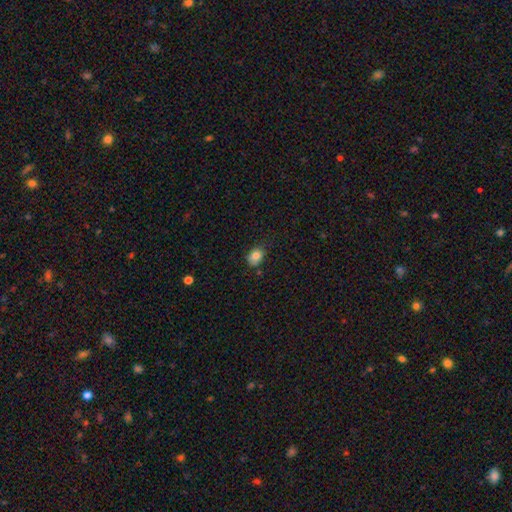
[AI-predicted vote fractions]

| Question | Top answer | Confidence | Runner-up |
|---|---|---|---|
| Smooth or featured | smooth | 82% | star or artifact (10%) |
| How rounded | in between | 66% | round (33%) |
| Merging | none | 62% | minor disturbance (28%) |